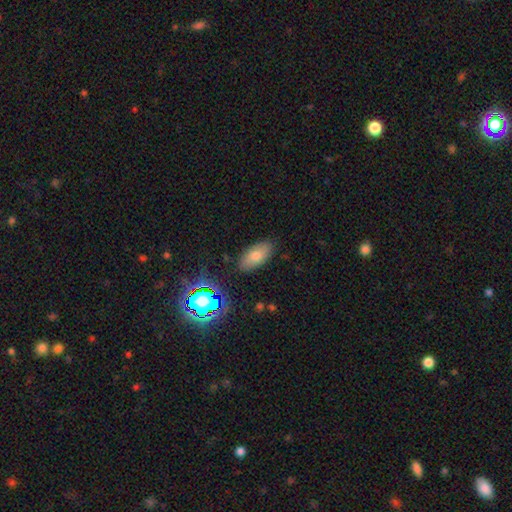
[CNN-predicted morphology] Overall: smooth (71%). How rounded: in between (90%). Merging: none (85%).